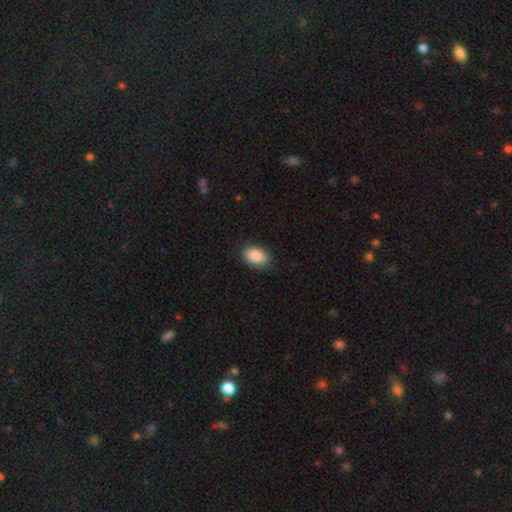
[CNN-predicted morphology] smooth_or_featured: smooth (p=0.90) [alt: star or artifact p=0.07]
how_rounded: in between (p=0.88) [alt: round p=0.11]
merging: none (p=0.85) [alt: minor disturbance p=0.12]